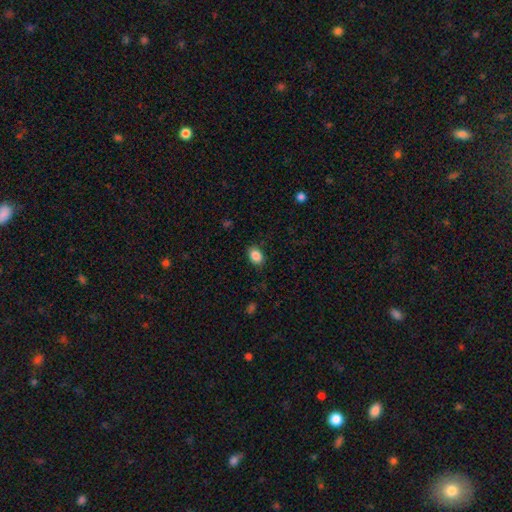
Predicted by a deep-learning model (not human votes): This appears to be a smooth galaxy with no disk features (87%) that is in between round and cigar-shaped (77%). Merging: none (87%).